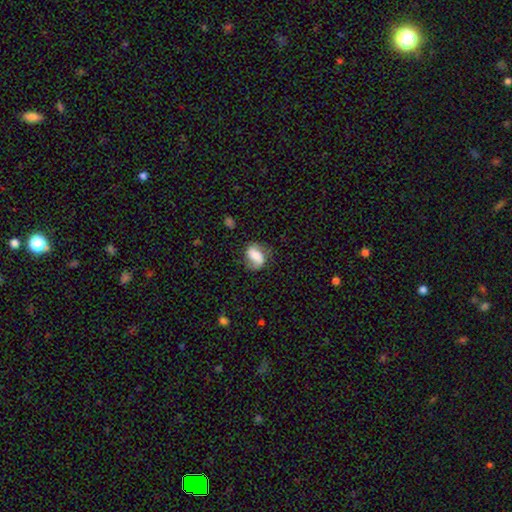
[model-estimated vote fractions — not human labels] Q: Smooth or featured?
A: smooth (50%); runner-up: featured or disk (41%)
Q: How rounded?
A: in between (77%); runner-up: round (20%)
Q: Merging?
A: none (62%); runner-up: minor disturbance (23%)